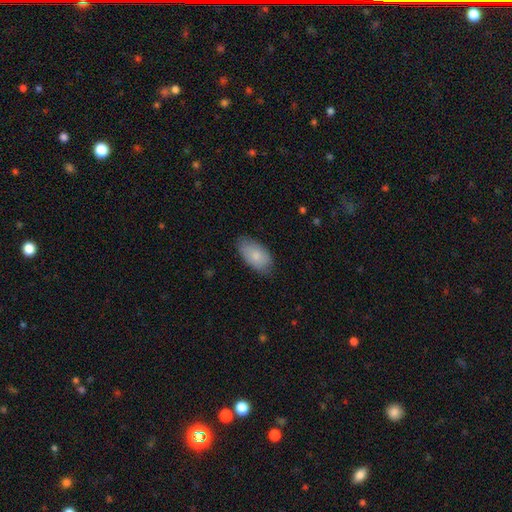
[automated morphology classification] smooth-or-featured: smooth: 82% | featured or disk: 12% | star or artifact: 6%
  how-rounded: in between: 95% | round: 3% | cigar-shaped: 2%
  merging: none: 77% | minor disturbance: 19% | major disturbance: 3% | merger: 1%